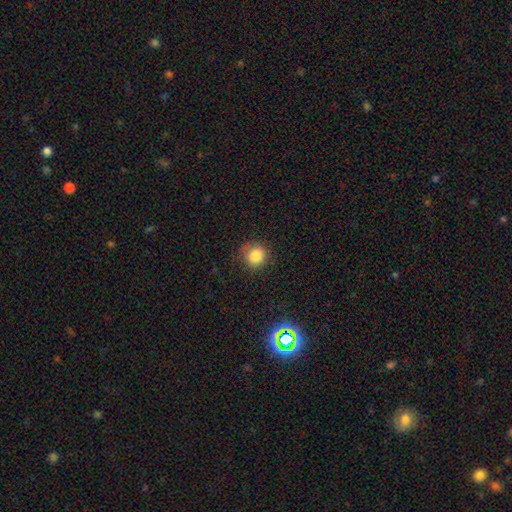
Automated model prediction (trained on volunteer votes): A smooth galaxy with no disk features (83%) that is round (87%).

Vote fractions:
- Smooth or featured? smooth: 83% / star or artifact: 11% / featured or disk: 6%
- How rounded? round: 87% / in between: 12% / cigar-shaped: 1%
- Merging? none: 79% / minor disturbance: 15% / major disturbance: 4% / merger: 1%